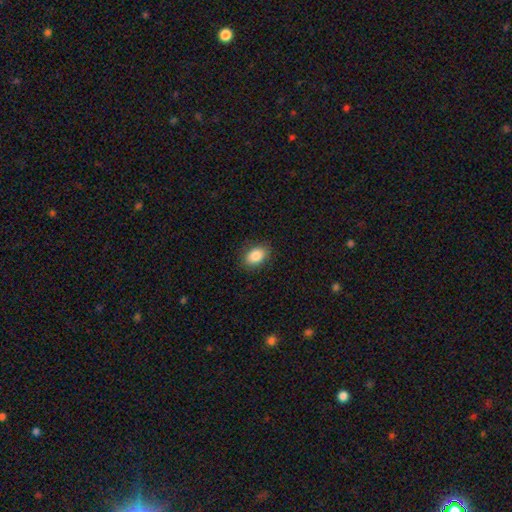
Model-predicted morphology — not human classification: type=smooth (86%); roundness=in between (85%); merging=none (88%).